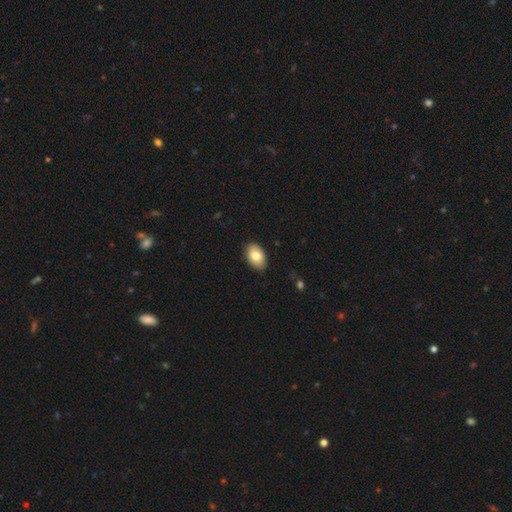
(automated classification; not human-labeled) A smooth galaxy with no disk features (82%) that is in between round and cigar-shaped (92%). Merging: none (88%).